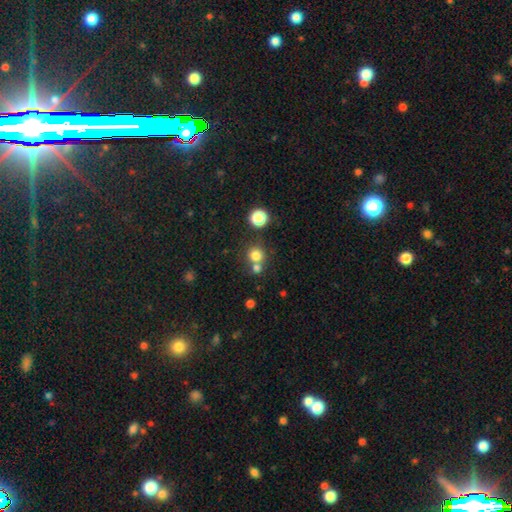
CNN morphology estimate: Smooth or featured? smooth (77%)
How rounded? round (91%)
Merging? none (61%)